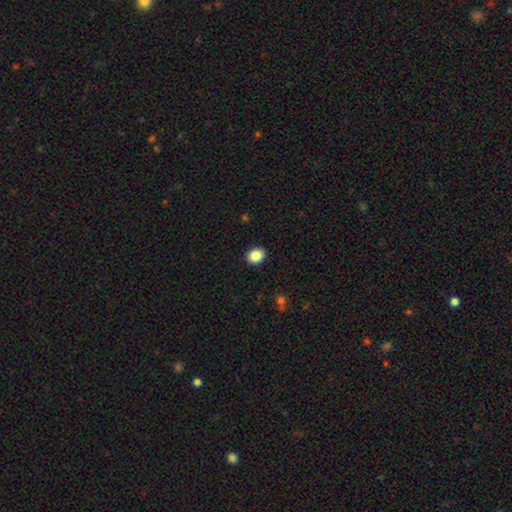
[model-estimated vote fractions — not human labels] A smooth galaxy with no disk features (87%) that is round (54%).

Vote fractions:
- Smooth or featured? smooth: 87% / star or artifact: 9% / featured or disk: 4%
- How rounded? round: 54% / in between: 45% / cigar-shaped: 1%
- Merging? none: 91% / minor disturbance: 6% / major disturbance: 2% / merger: 1%